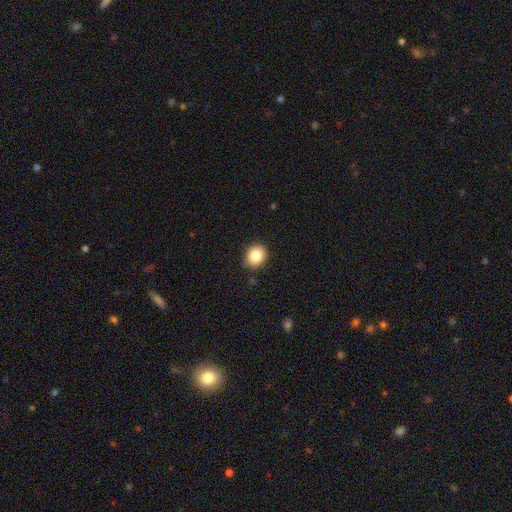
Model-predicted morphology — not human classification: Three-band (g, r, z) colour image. It shows a smooth galaxy with no disk features (84%) that is round (64%). Merging: none (86%).